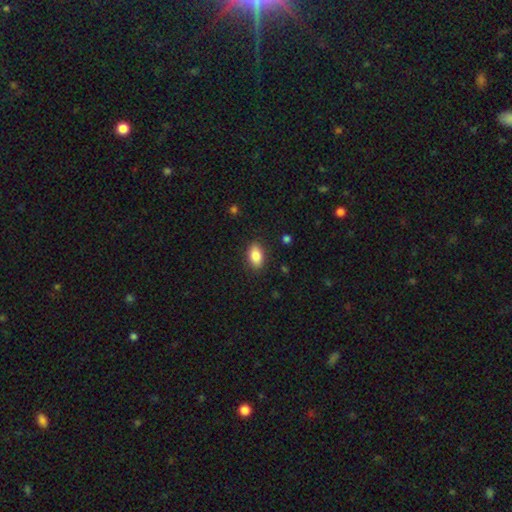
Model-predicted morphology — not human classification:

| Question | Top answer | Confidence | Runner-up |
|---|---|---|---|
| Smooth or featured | smooth | 86% | star or artifact (8%) |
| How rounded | in between | 90% | round (7%) |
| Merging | none | 87% | minor disturbance (10%) |